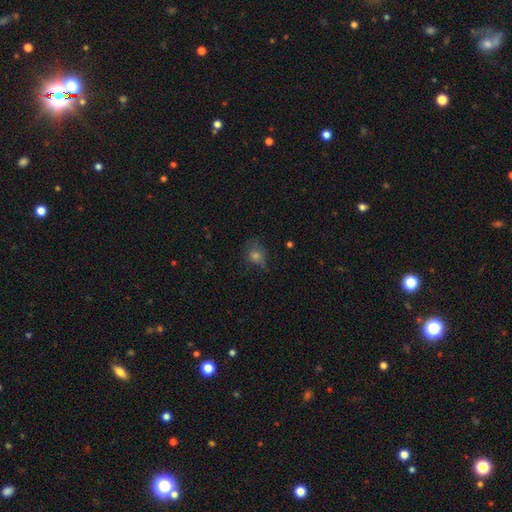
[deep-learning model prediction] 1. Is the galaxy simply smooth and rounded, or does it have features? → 56% smooth, 25% star or artifact, 19% featured or disk.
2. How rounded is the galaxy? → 62% round, 35% in between, 2% cigar-shaped.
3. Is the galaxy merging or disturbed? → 55% none, 26% minor disturbance, 17% major disturbance, 2% merger.